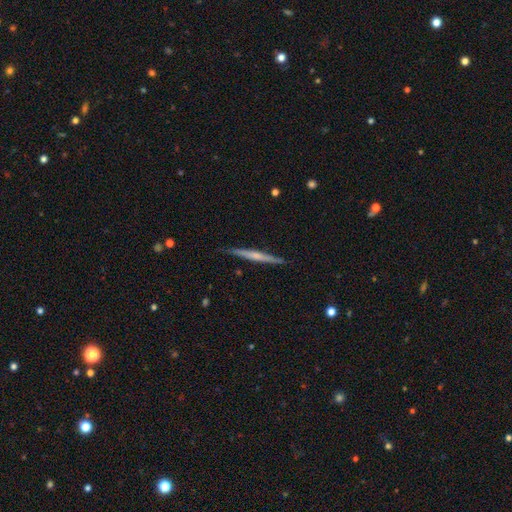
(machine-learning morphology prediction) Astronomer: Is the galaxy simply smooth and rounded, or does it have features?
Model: featured or disk — 60% (runner-up: smooth, 35%).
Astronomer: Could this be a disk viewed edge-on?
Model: yes — 98%.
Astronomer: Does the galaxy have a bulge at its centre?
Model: none — 49% (runner-up: rounded, 40%).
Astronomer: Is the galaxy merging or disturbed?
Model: none — 88%.